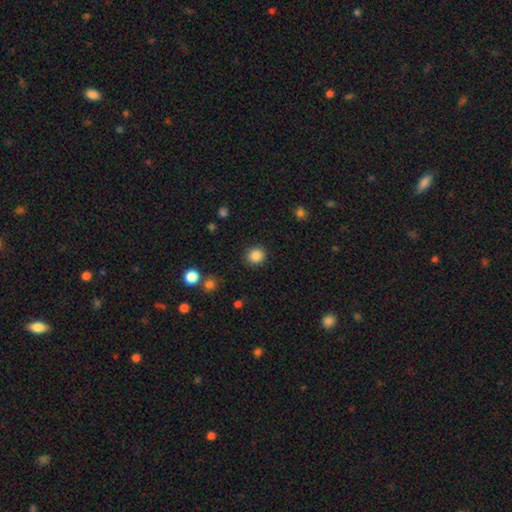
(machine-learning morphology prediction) A smooth galaxy with no disk features (87%) that is round (86%). Merging: none (90%).